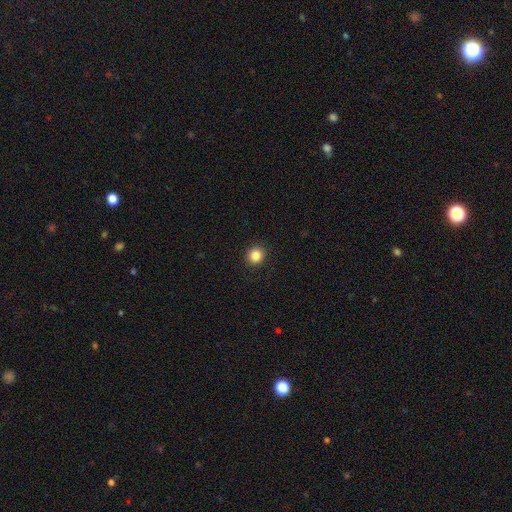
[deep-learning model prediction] Morphology: type=smooth (85%); roundness=round (88%); merging=none (92%).